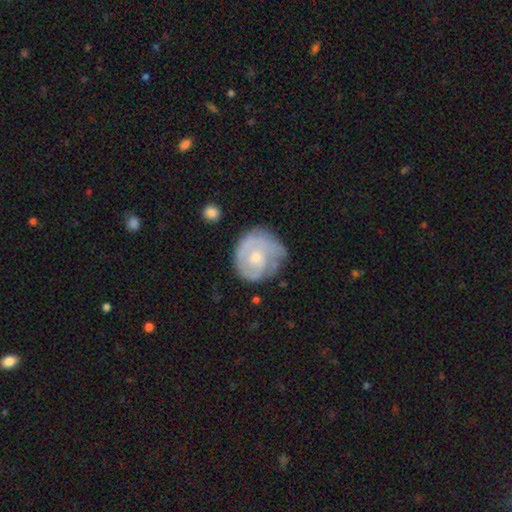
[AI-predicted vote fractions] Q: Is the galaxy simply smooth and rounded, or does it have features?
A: featured or disk — 58%.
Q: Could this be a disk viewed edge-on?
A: no — 97%.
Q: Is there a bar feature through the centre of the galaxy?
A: no — 81%.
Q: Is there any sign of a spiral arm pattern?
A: yes — 65%.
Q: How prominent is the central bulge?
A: small — 47%.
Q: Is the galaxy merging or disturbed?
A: none — 51%.